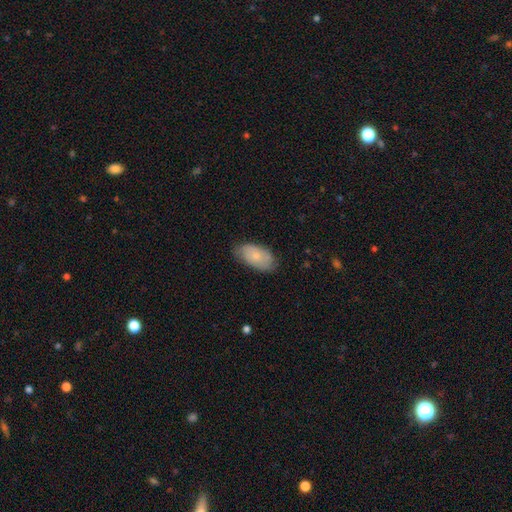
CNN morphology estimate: Smooth or featured: smooth — 70% (featured or disk — 24%)
How rounded: in between — 94% (round — 4%)
Merging: none — 72% (minor disturbance — 23%)